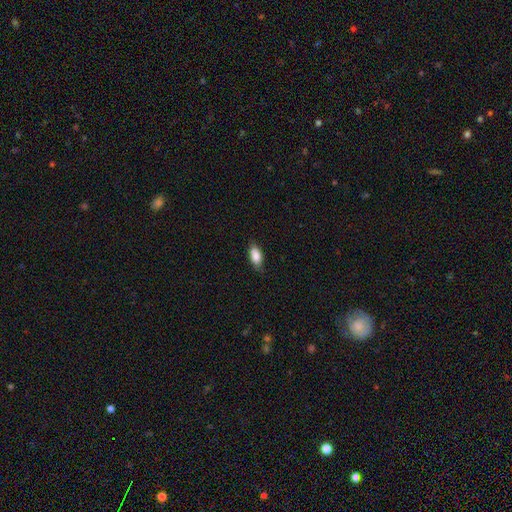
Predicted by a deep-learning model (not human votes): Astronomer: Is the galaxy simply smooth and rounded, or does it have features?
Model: smooth — 85%.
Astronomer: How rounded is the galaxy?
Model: in between — 87%.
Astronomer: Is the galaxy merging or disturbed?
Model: none — 77%.